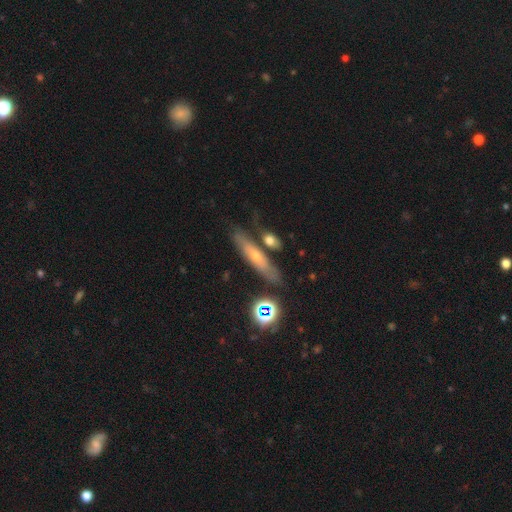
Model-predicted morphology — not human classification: Smooth or featured? featured or disk (47%)
Merging? none (70%)